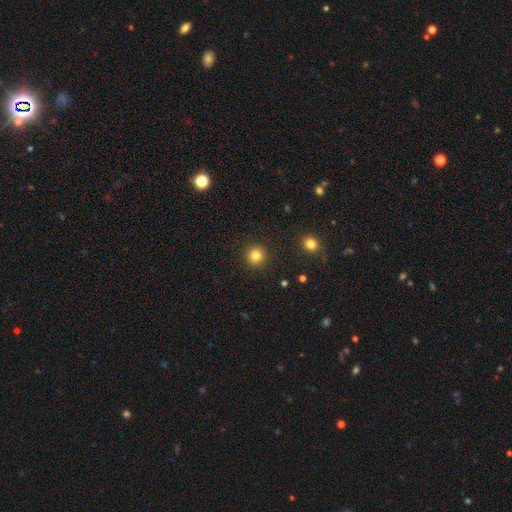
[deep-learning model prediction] smooth 82%, star or artifact 12%, featured or disk 6%. Down the decision tree: how rounded — round (94%); merging — none (92%).